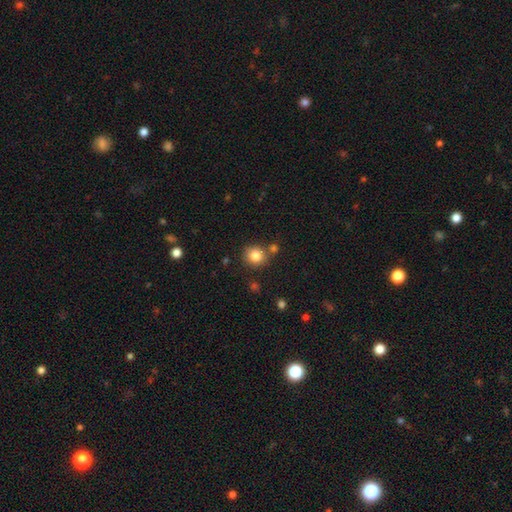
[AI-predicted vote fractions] A smooth galaxy with no disk features (82%) that is round (88%).

Vote fractions:
- Smooth or featured? smooth: 82% / star or artifact: 11% / featured or disk: 7%
- How rounded? round: 88% / in between: 11% / cigar-shaped: 1%
- Merging? none: 77% / merger: 11% / minor disturbance: 9% / major disturbance: 3%